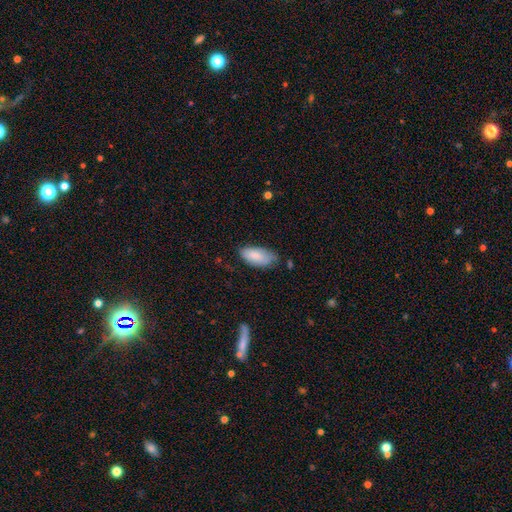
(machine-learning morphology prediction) This is clearly a smooth galaxy (83%). How rounded: clearly in between (91%). Merging: possibly none (59%).